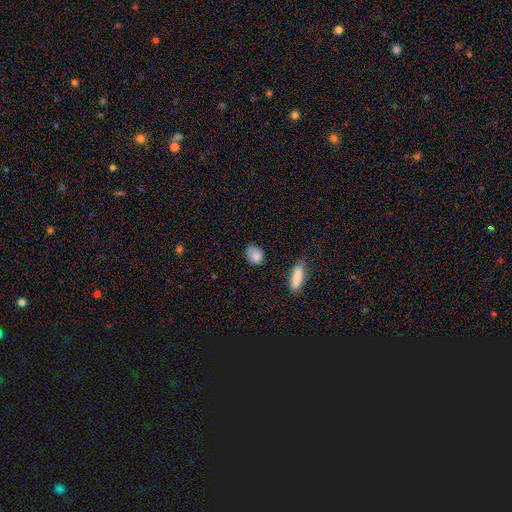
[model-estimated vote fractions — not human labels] Smooth or featured?
  - smooth: 84% *
  - star or artifact: 8%
  - featured or disk: 8%
How rounded?
  - in between: 55% *
  - round: 42%
  - cigar-shaped: 3%
Merging?
  - none: 64% *
  - minor disturbance: 26%
  - major disturbance: 7%
  - merger: 3%